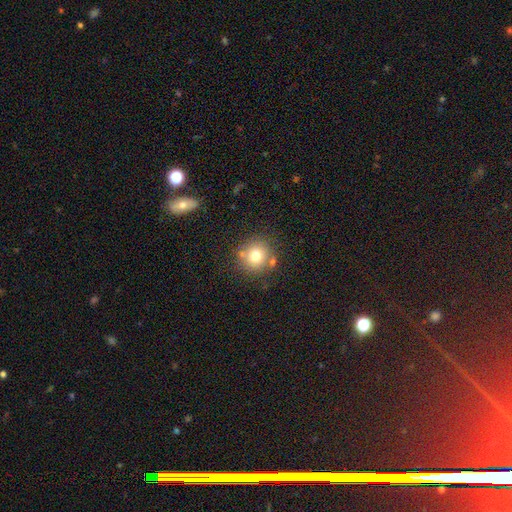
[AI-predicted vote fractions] Smooth or featured: smooth — 75% (star or artifact — 13%)
How rounded: round — 91% (in between — 8%)
Merging: none — 76% (minor disturbance — 11%)